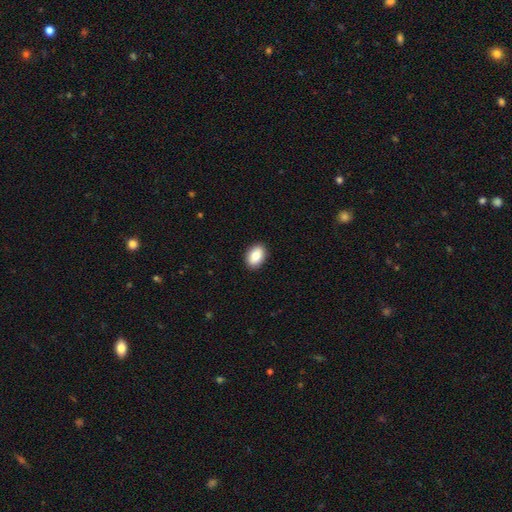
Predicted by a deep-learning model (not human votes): Morphology: type=smooth (85%); roundness=in between (83%); merging=none (91%).